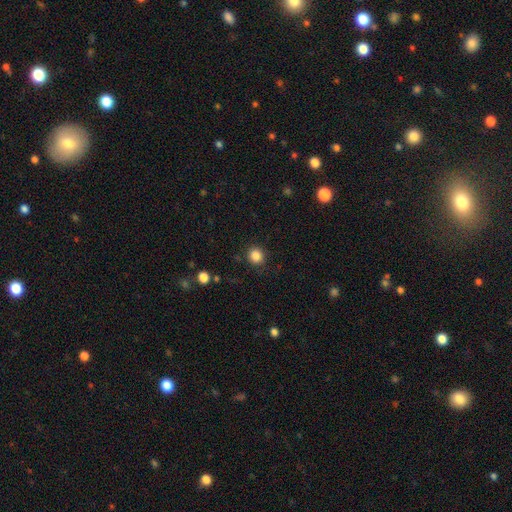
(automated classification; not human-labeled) The model was most divided on "how rounded": round: 85%, in between: 14%, cigar-shaped: 1%. More confident: merging — none (88%); smooth or featured — smooth (86%).